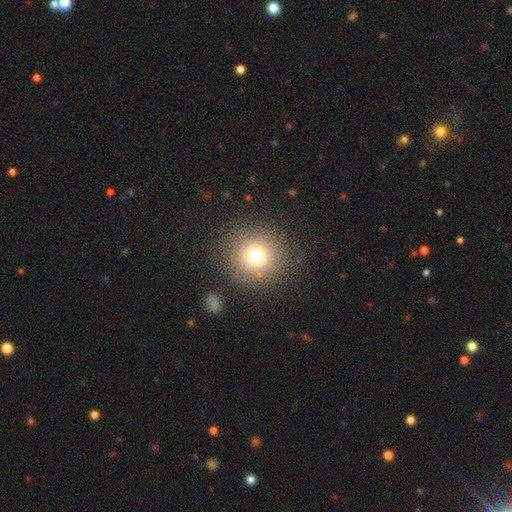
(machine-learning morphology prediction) smooth 73%, star or artifact 16%, featured or disk 11%. Down the decision tree: how rounded — round (94%); merging — none (86%).